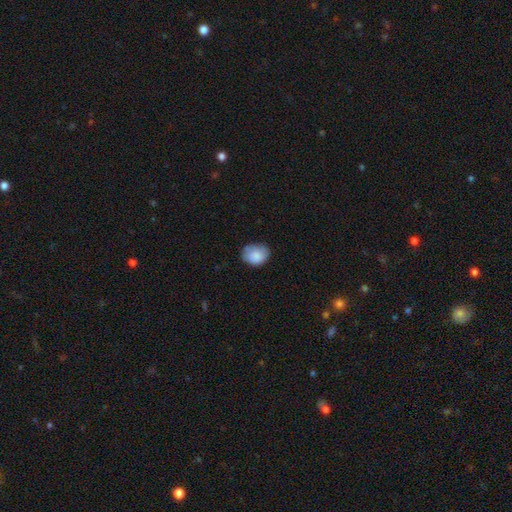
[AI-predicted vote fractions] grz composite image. It shows a smooth galaxy with no disk features (84%) that is in between round and cigar-shaped (54%). Merging: none (66%).